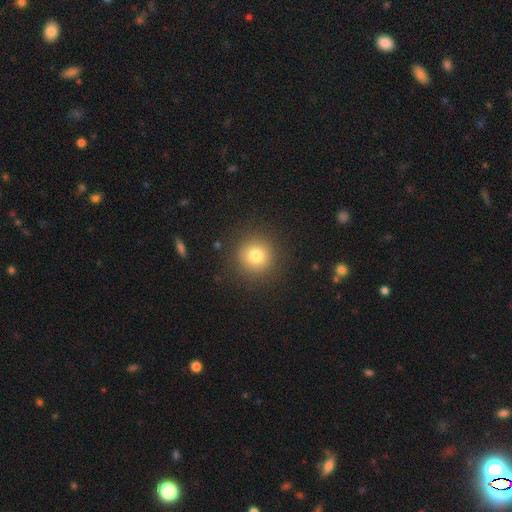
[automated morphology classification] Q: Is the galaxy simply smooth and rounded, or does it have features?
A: smooth — 77%.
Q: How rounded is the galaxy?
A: round — 94%.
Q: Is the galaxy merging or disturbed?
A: none — 89%.